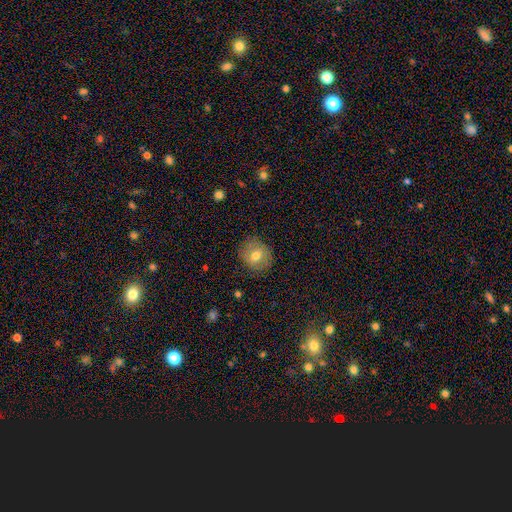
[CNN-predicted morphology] Smooth or featured? Predicted: smooth (p=0.68). How rounded? Predicted: round (p=0.81). Merging? Predicted: none (p=0.81).